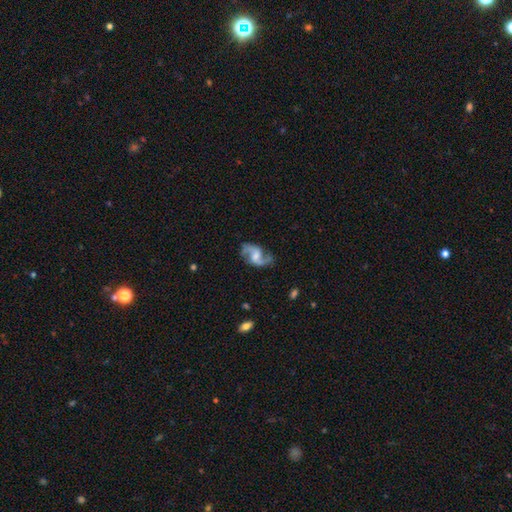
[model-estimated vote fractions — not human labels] Smooth or featured? Predicted: featured or disk (p=0.89). Edge-on disk? Predicted: no (p=0.98). Bar? Predicted: weak (p=0.49). Spiral arms? Predicted: yes (p=0.97). Spiral winding? Predicted: loose (p=0.61). Spiral arm count? Predicted: 2 (p=0.93). Bulge size? Predicted: moderate (p=0.39). Merging? Predicted: none (p=0.76).